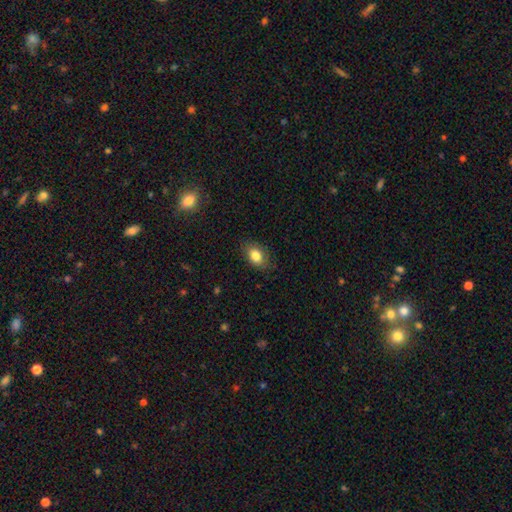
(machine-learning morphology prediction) Smooth or featured? Predicted: smooth (p=0.83). How rounded? Predicted: in between (p=0.80). Merging? Predicted: none (p=0.81).